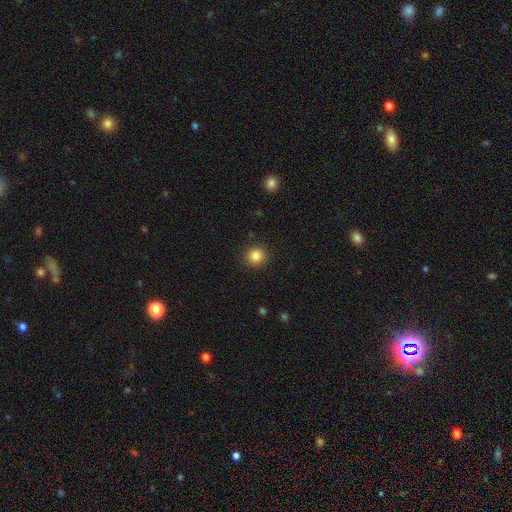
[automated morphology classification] This appears to be a smooth galaxy with no disk features (85%) that is round (91%). Merging: none (91%).